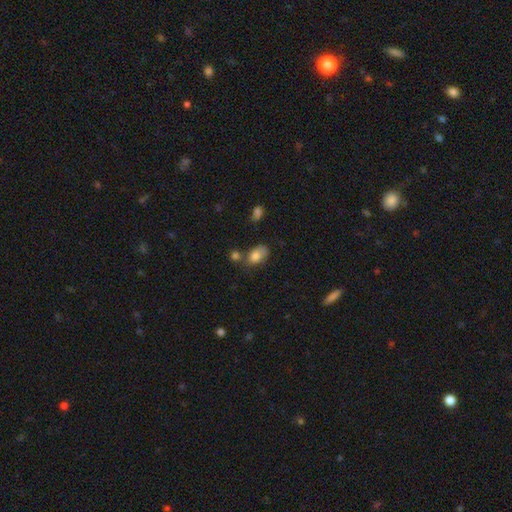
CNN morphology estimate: This is likely a smooth galaxy (80%). How rounded: likely in between (79%). Merging: marginally none (41%).